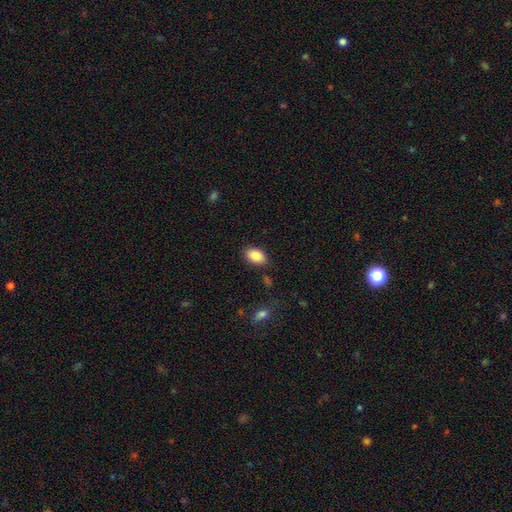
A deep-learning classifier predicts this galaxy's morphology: A smooth galaxy with no disk features (88%) that is in between round and cigar-shaped (89%). Merging: none (83%).